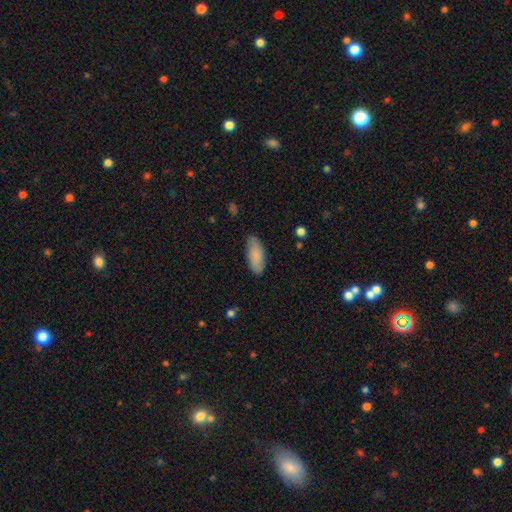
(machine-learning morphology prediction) Q: Smooth or featured?
A: smooth (84%); runner-up: featured or disk (11%)
Q: How rounded?
A: in between (81%); runner-up: cigar-shaped (17%)
Q: Merging?
A: none (81%); runner-up: minor disturbance (16%)